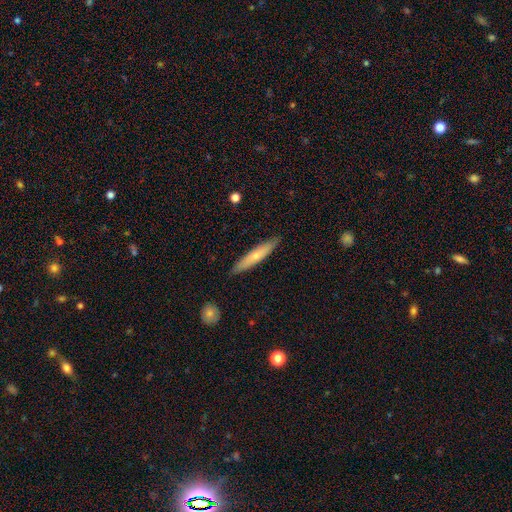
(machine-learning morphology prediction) Smooth or featured?
  - smooth: 59% *
  - featured or disk: 35%
  - star or artifact: 5%
How rounded?
  - cigar-shaped: 90% *
  - in between: 8%
  - round: 1%
Merging?
  - none: 88% *
  - minor disturbance: 9%
  - major disturbance: 2%
  - merger: 1%